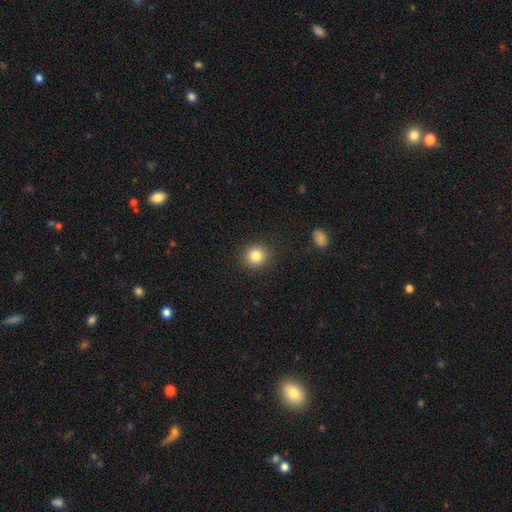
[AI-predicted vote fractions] A smooth galaxy with no disk features (84%) that is round (89%). Merging: none (90%).